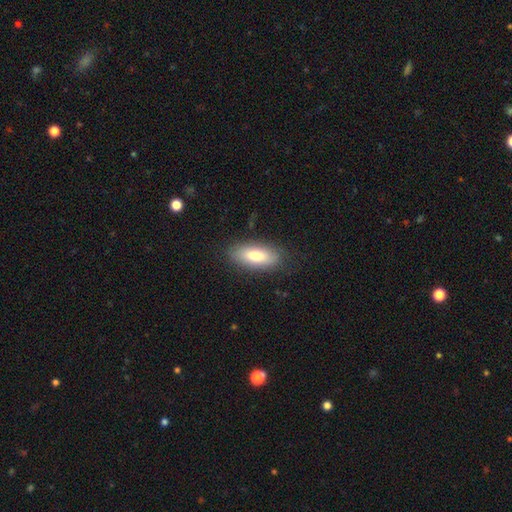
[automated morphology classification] Smooth or featured?
  - smooth: 77% *
  - featured or disk: 17%
  - star or artifact: 6%
How rounded?
  - in between: 84% *
  - cigar-shaped: 13%
  - round: 3%
Merging?
  - none: 83% *
  - minor disturbance: 12%
  - major disturbance: 3%
  - merger: 1%